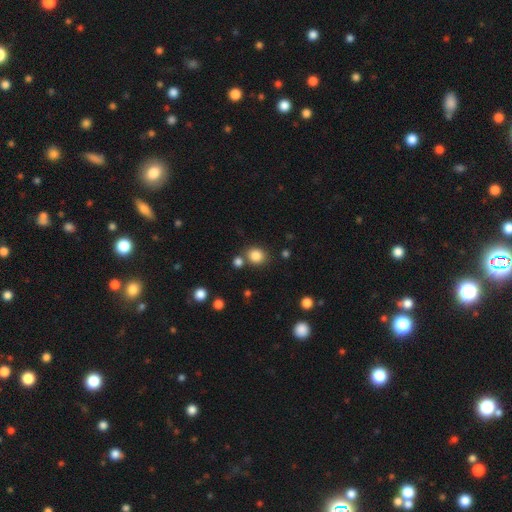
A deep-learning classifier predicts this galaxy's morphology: type=smooth (84%); roundness=round (73%); merging=none (73%).